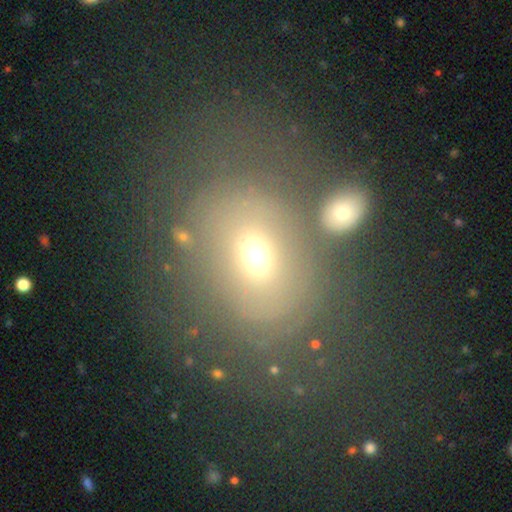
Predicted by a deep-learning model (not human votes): Q: Smooth or featured?
A: smooth (52%); runner-up: featured or disk (32%)
Q: How rounded?
A: in between (55%); runner-up: round (43%)
Q: Merging?
A: none (55%); runner-up: minor disturbance (16%)